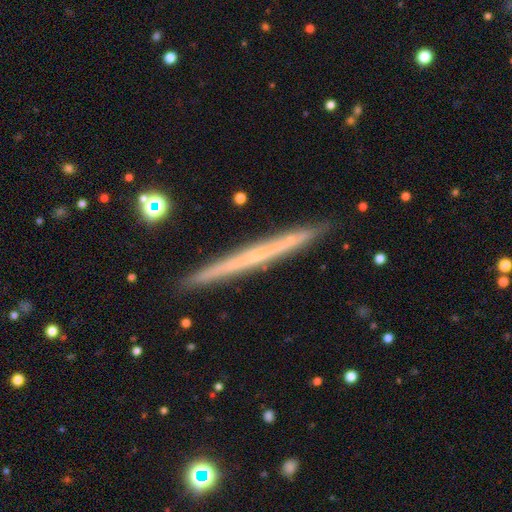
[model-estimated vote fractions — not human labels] Smooth or featured? Predicted: featured or disk (p=0.58). Edge-on disk? Predicted: yes (p=0.98). Edge-on bulge? Predicted: none (p=0.89). Merging? Predicted: none (p=0.92).